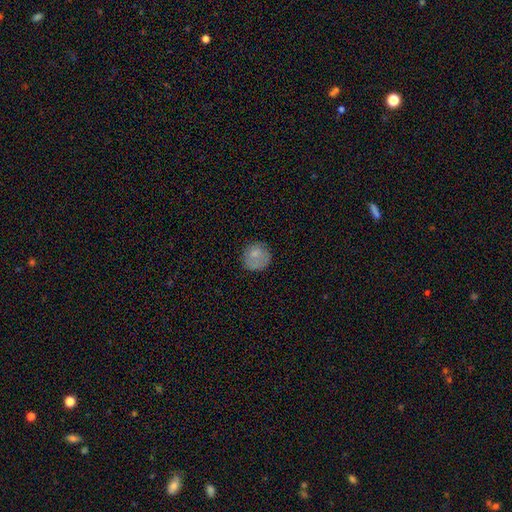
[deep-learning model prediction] Morphology: type=smooth (75%); roundness=round (89%); merging=none (76%).